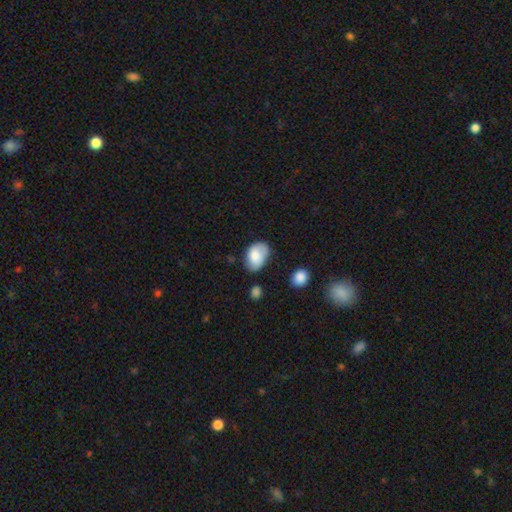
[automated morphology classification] Smooth or featured? Predicted: smooth (p=0.80). How rounded? Predicted: in between (p=0.86). Merging? Predicted: none (p=0.54).